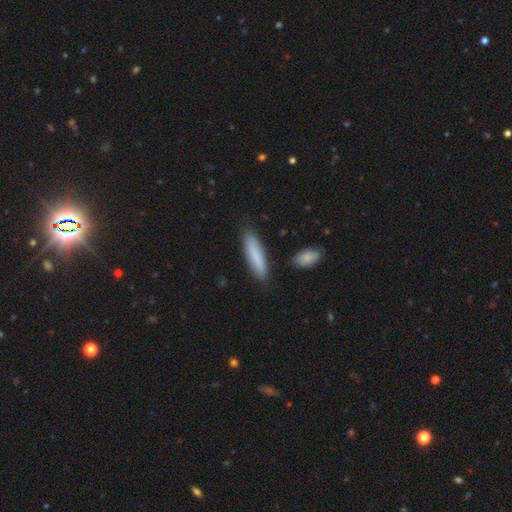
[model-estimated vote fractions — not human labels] smooth_or_featured: smooth (p=0.82) [alt: featured or disk p=0.11]
how_rounded: cigar-shaped (p=0.76) [alt: in between p=0.23]
merging: none (p=0.83) [alt: minor disturbance p=0.11]